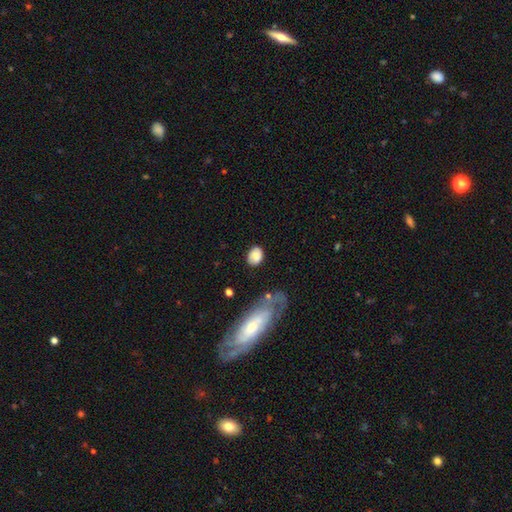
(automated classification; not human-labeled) Smooth or featured? Predicted: smooth (p=0.82). How rounded? Predicted: in between (p=0.67). Merging? Predicted: none (p=0.71).